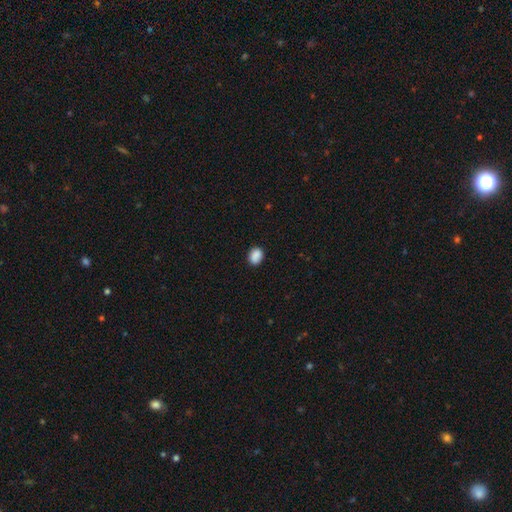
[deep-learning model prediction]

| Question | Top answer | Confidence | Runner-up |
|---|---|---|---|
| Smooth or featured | smooth | 89% | star or artifact (8%) |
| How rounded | in between | 60% | round (39%) |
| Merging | none | 87% | minor disturbance (10%) |